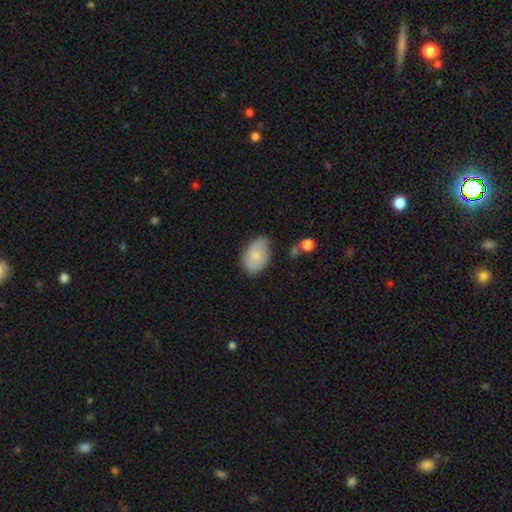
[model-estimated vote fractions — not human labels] This is likely a smooth galaxy (75%). How rounded: clearly in between (89%). Merging: likely none (62%).